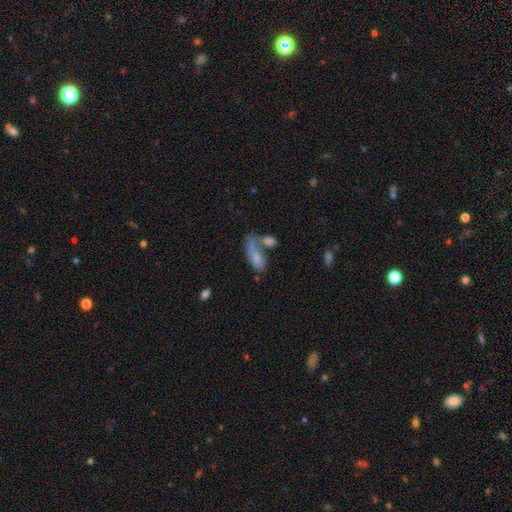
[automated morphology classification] type=smooth (68%); roundness=in between (78%); merging=merger (48%).